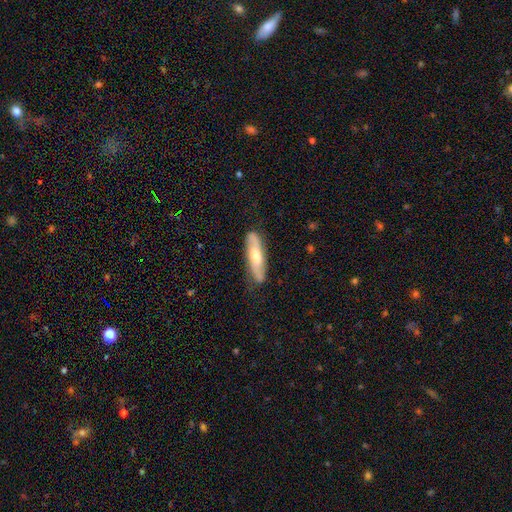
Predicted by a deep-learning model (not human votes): Morphology: type=featured or disk (52%); edge-on=no (61%); merging=none (80%).